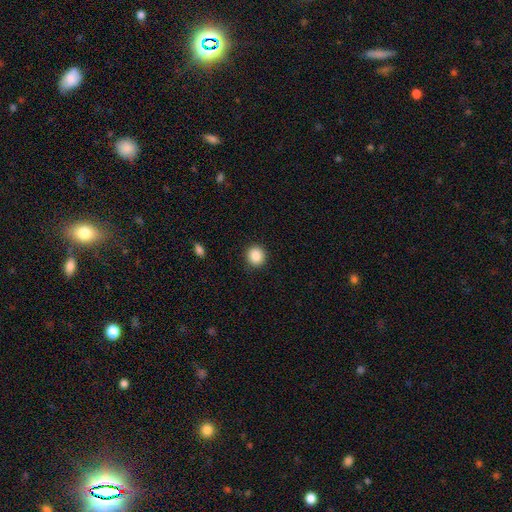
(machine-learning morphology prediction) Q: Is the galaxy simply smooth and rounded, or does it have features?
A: smooth — 88%.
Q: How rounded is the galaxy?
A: round — 88%.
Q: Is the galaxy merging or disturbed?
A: none — 90%.